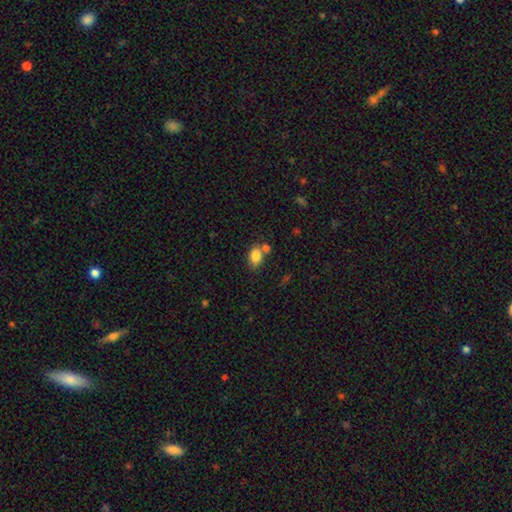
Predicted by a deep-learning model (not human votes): A smooth galaxy with no disk features (85%) that is in between round and cigar-shaped (80%). Merging: none (63%).